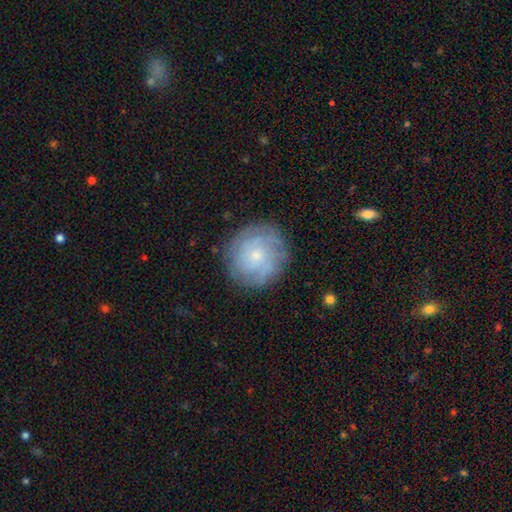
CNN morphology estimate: This is possibly a featured or disk galaxy (58%). It is clearly not viewed edge-on (97%). Bar: clearly no (81%). Spiral arm pattern: clearly yes (82%). Central bulge: likely small (63%). Merging: clearly none (81%).